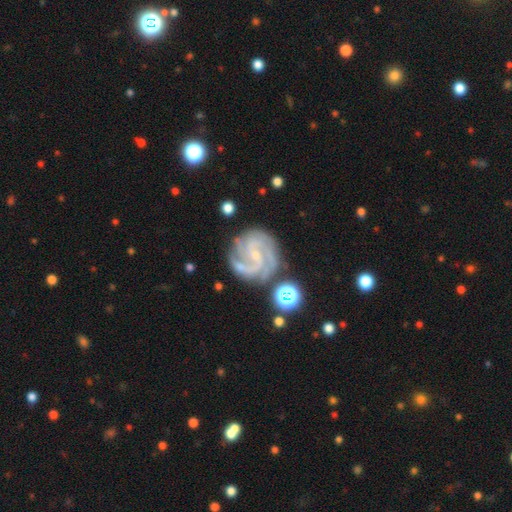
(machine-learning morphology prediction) This appears to be a featured or disk galaxy (90%) with no bar (58%), 3 (46%) tight (61%) spiral arms (98%) and a small central bulge (79%). Merging: none (74%).